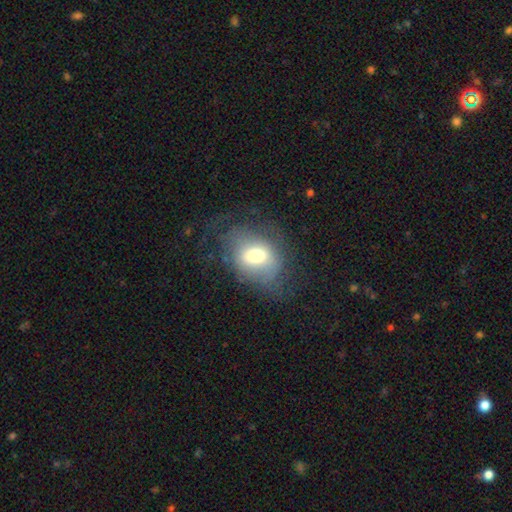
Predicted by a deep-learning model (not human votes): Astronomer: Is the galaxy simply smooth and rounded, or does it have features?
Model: smooth — 57%.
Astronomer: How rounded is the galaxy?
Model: in between — 61% (runner-up: round, 37%).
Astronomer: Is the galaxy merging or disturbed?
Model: none — 54%.